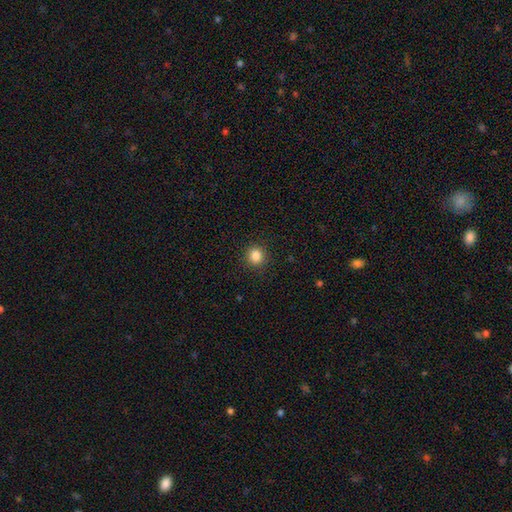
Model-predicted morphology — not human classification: A smooth galaxy with no disk features (85%) that is round (88%).

Vote fractions:
- Smooth or featured? smooth: 85% / star or artifact: 11% / featured or disk: 4%
- How rounded? round: 88% / in between: 11% / cigar-shaped: 1%
- Merging? none: 90% / minor disturbance: 7% / major disturbance: 2% / merger: 1%